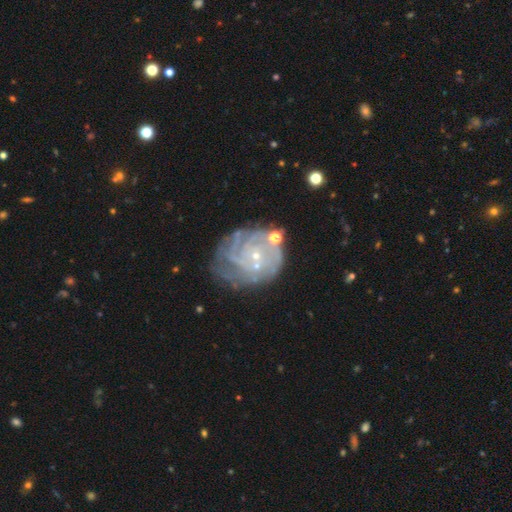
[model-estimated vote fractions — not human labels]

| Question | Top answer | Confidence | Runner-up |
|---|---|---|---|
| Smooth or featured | featured or disk | 83% | smooth (9%) |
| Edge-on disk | no | 98% | yes (2%) |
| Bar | no | 76% | weak (19%) |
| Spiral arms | yes | 93% | no (7%) |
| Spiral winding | tight | 72% | medium (22%) |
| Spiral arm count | can't tell | 34% | 4 (23%) |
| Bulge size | small | 85% | moderate (10%) |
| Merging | none | 58% | minor disturbance (22%) |